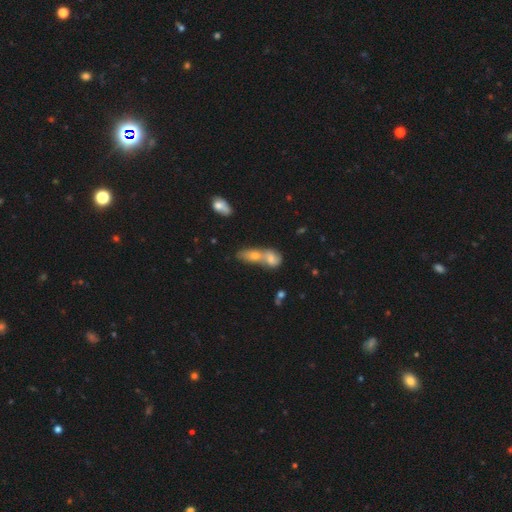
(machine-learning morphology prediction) Overall: smooth (55%; featured or disk 28%). How rounded: in between (62%; round 23%). Merging: merger (69%).